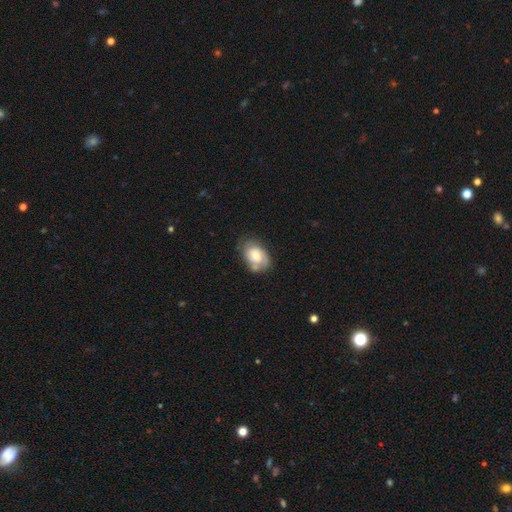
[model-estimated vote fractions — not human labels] smooth_or_featured: smooth (p=0.59) [alt: featured or disk p=0.33]
how_rounded: in between (p=0.85) [alt: round p=0.14]
merging: none (p=0.55) [alt: minor disturbance p=0.27]